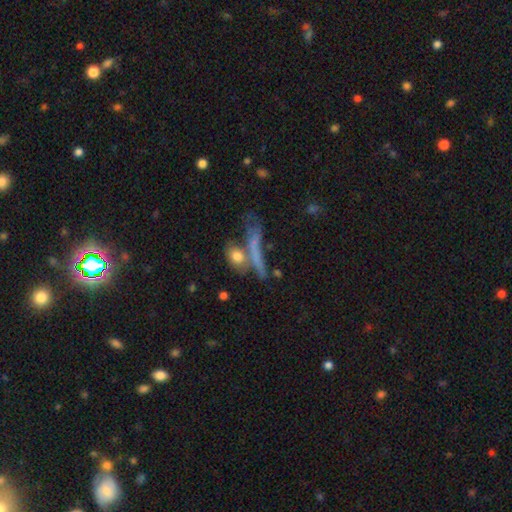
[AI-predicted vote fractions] smooth_or_featured: smooth (p=0.46) [alt: featured or disk p=0.36]
merging: none (p=0.49) [alt: merger p=0.25]